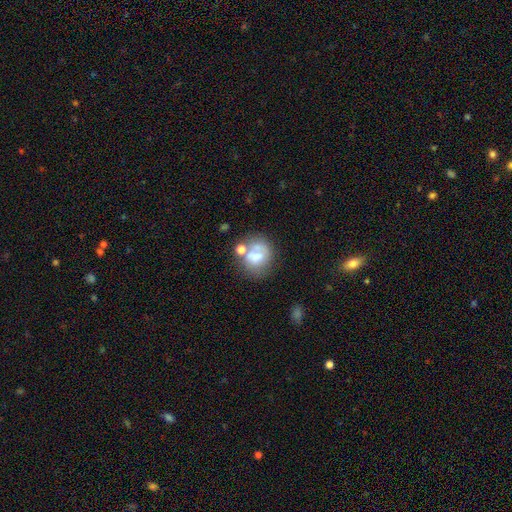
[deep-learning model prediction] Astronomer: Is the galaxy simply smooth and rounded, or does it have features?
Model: smooth — 56% (runner-up: featured or disk, 33%).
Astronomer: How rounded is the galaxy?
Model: round — 69%.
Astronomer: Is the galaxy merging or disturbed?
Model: none — 42% (runner-up: merger, 28%).